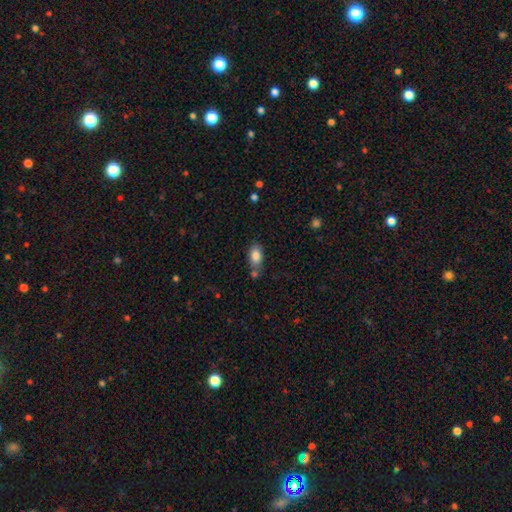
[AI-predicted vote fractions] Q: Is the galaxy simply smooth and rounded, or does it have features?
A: smooth — 83%.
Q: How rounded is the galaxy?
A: in between — 89%.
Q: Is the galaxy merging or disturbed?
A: none — 62%.